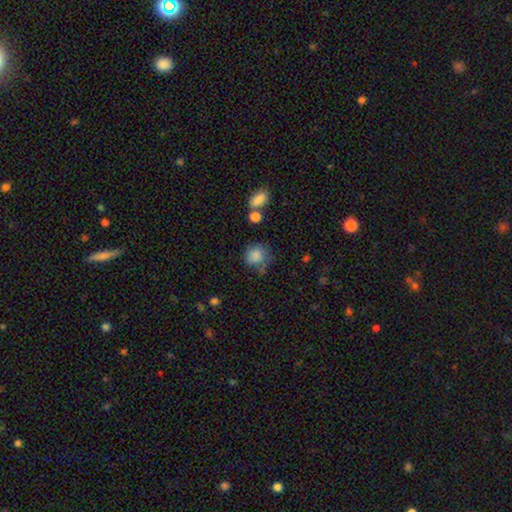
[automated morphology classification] Smooth or featured? Predicted: smooth (p=0.83). How rounded? Predicted: round (p=0.76). Merging? Predicted: none (p=0.52).